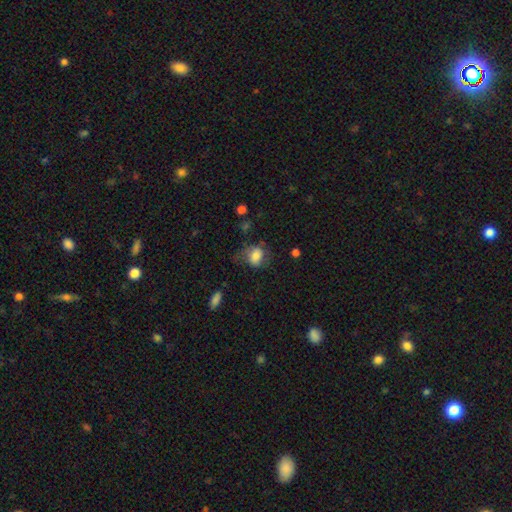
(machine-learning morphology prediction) This appears to be a smooth galaxy with no disk features (70%) that is in between round and cigar-shaped (51%). Merging: none (46%).